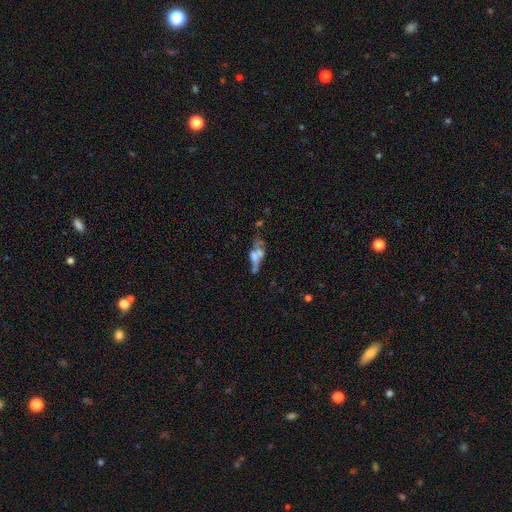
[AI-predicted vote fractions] Smooth or featured? featured or disk (50%)
Edge-on disk? no (67%)
Merging? merger (37%)